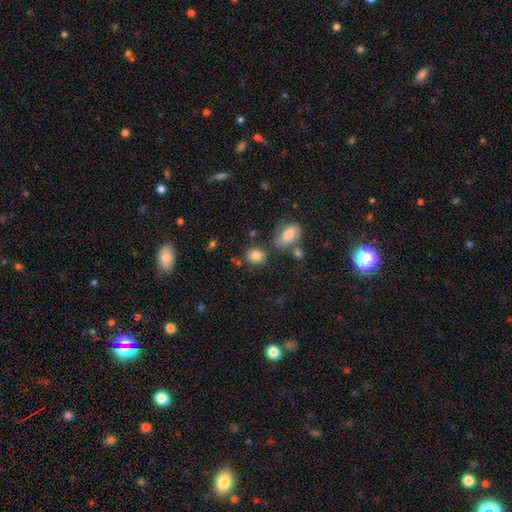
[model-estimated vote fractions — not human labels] Smooth or featured: smooth — 85% (star or artifact — 9%)
How rounded: round — 62% (in between — 36%)
Merging: none — 71% (minor disturbance — 13%)